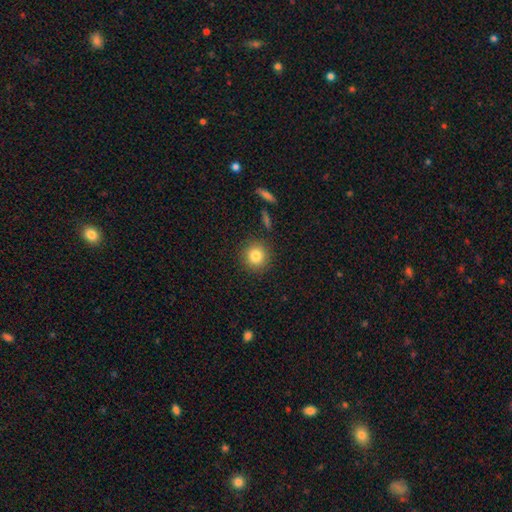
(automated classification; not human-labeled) smooth-or-featured: smooth: 83% | star or artifact: 10% | featured or disk: 7%
  how-rounded: round: 93% | in between: 6% | cigar-shaped: 1%
  merging: none: 89% | minor disturbance: 7% | major disturbance: 2% | merger: 2%